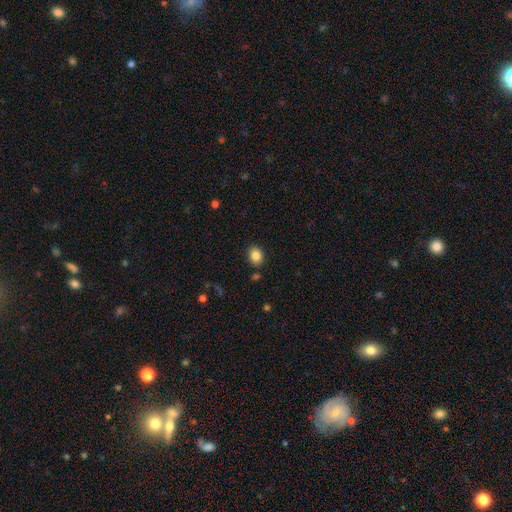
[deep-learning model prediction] smooth_or_featured: smooth (p=0.84) [alt: star or artifact p=0.10]
how_rounded: round (p=0.59) [alt: in between p=0.40]
merging: none (p=0.87) [alt: minor disturbance p=0.08]